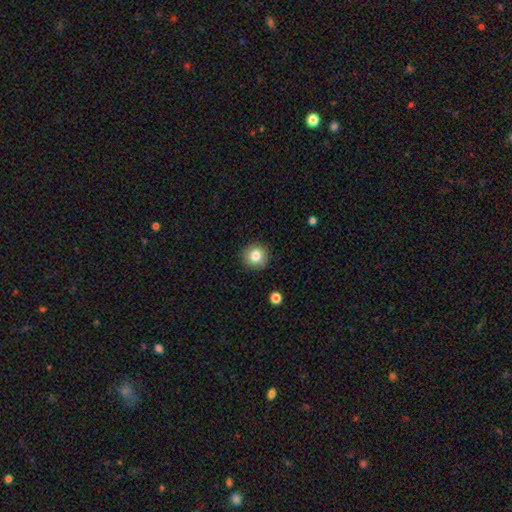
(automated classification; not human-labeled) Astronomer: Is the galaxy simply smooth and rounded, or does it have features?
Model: smooth — 82%.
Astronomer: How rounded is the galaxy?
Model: round — 92%.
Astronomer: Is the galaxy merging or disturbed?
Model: none — 88%.